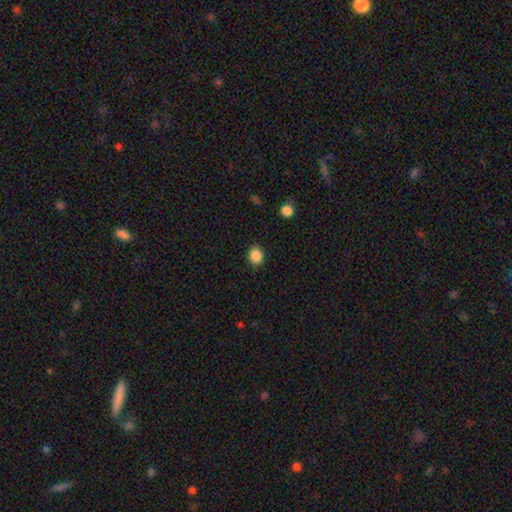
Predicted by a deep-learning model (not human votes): Smooth or featured: smooth — 87% (star or artifact — 10%)
How rounded: round — 70% (in between — 29%)
Merging: none — 88% (minor disturbance — 8%)